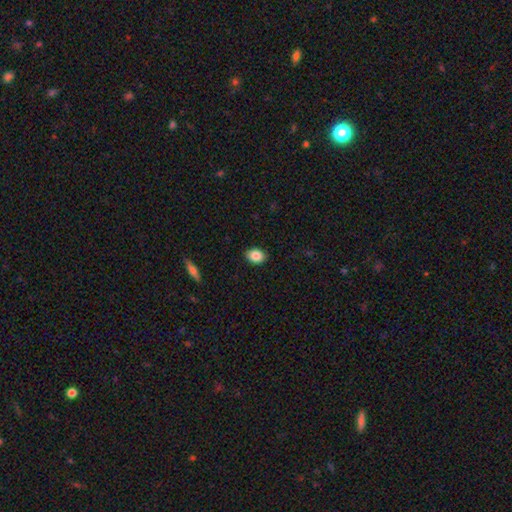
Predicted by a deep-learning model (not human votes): Overall: smooth (86%). How rounded: in between (65%; round 34%). Merging: none (89%).